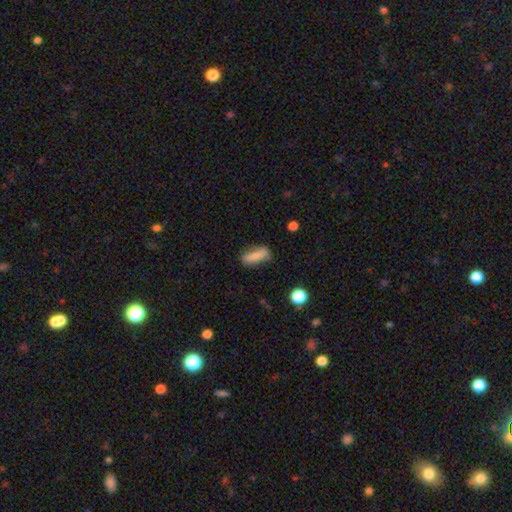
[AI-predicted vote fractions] The model was most divided on "how rounded": in between: 63%, cigar-shaped: 33%, round: 4%. More confident: smooth or featured — smooth (73%); merging — none (66%).